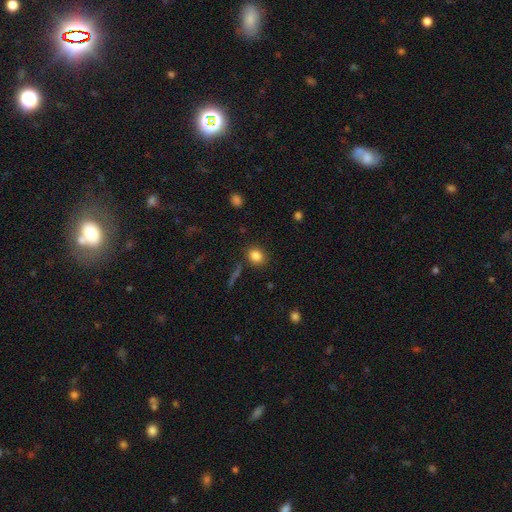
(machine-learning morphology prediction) type=smooth (84%); roundness=round (57%); merging=none (84%).